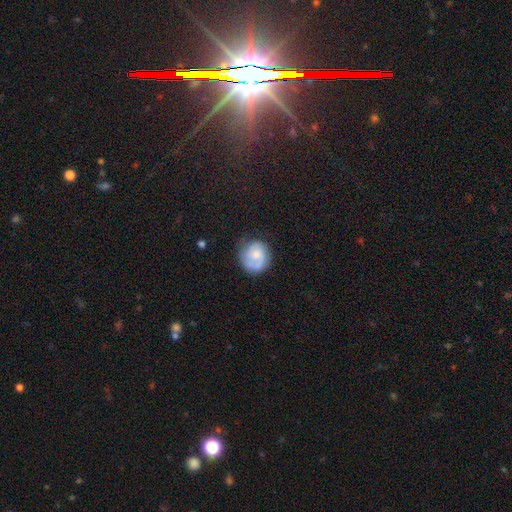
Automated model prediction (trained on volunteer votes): Smooth or featured? featured or disk (53%)
Edge-on disk? no (98%)
Bar? no (74%)
Spiral arms? yes (84%)
Bulge size? small (42%)
Merging? none (66%)